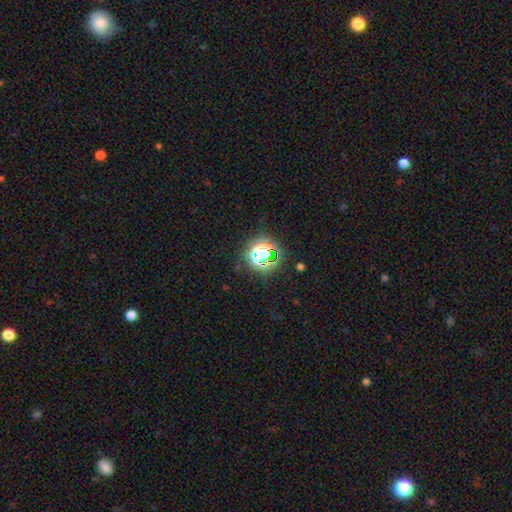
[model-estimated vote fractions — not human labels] This appears to be a star or artifact, not a galaxy (66%).